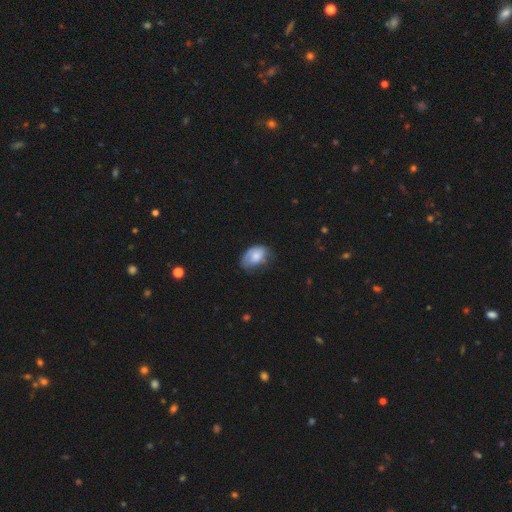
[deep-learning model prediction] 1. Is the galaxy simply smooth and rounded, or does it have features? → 71% smooth, 22% featured or disk, 7% star or artifact.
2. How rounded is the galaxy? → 88% in between, 11% round, 1% cigar-shaped.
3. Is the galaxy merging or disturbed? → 49% none, 35% minor disturbance, 14% major disturbance, 2% merger.